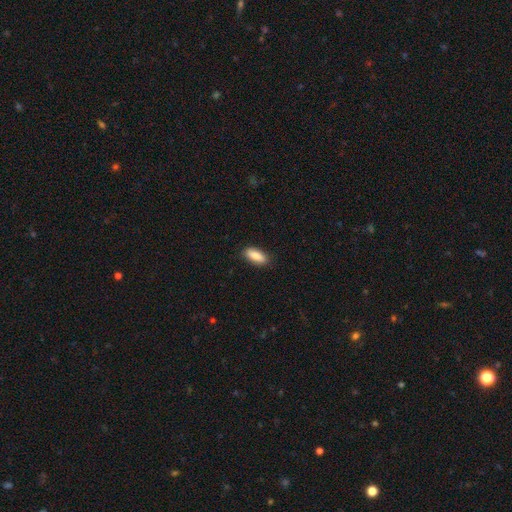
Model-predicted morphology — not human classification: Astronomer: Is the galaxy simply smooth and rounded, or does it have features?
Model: smooth — 87%.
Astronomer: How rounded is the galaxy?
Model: in between — 76%.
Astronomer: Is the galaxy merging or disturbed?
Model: none — 87%.